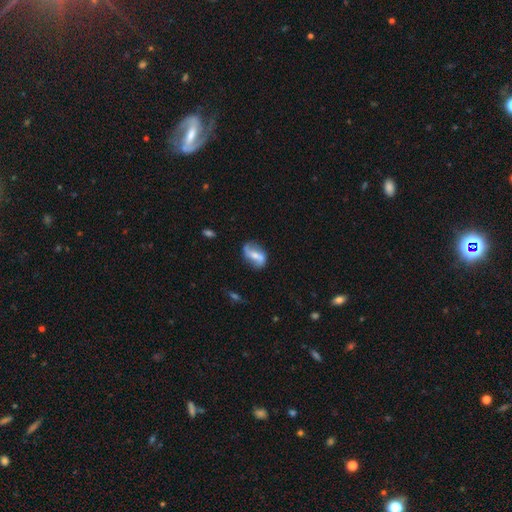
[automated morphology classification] smooth_or_featured: featured or disk (p=0.70) [alt: smooth p=0.24]
disk_edge_on: no (p=0.94) [alt: yes p=0.06]
bar: weak (p=0.36) [alt: strong p=0.34]
has_spiral_arms: yes (p=0.85) [alt: no p=0.15]
spiral_winding: loose (p=0.70) [alt: medium p=0.22]
spiral_arm_count: 2 (p=0.89) [alt: can't tell p=0.05]
bulge_size: moderate (p=0.50) [alt: small p=0.36]
merging: none (p=0.71) [alt: minor disturbance p=0.19]